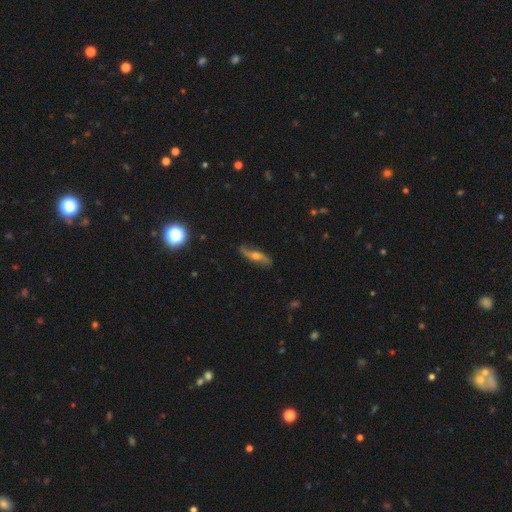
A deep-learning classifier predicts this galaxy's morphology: type=featured or disk (72%); edge-on=no (68%); merging=none (76%).